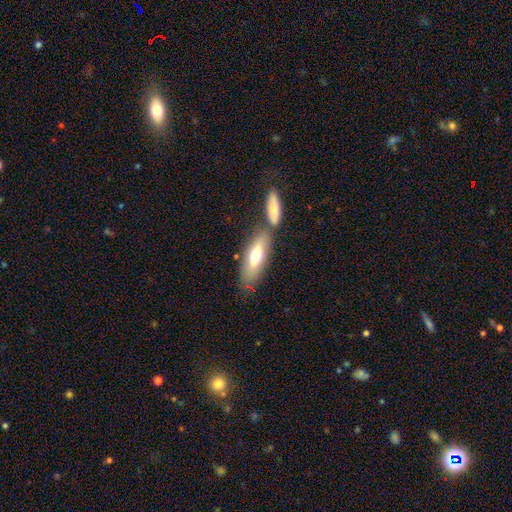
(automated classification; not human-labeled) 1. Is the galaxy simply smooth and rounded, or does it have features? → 65% smooth, 29% featured or disk, 6% star or artifact.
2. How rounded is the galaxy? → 58% in between, 40% cigar-shaped, 2% round.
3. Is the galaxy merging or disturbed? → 58% none, 27% merger, 12% minor disturbance, 4% major disturbance.